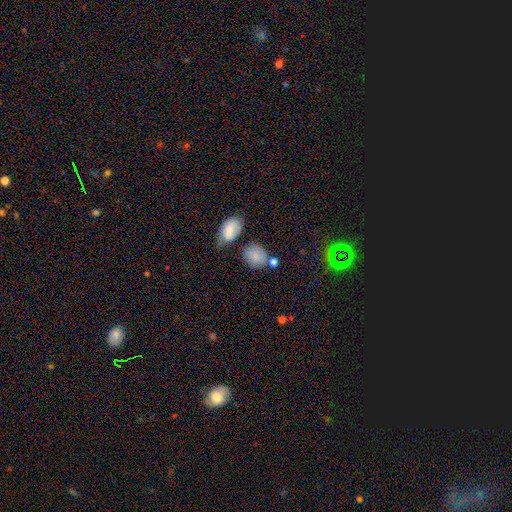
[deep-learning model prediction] Smooth or featured?
  - smooth: 81% *
  - star or artifact: 10%
  - featured or disk: 9%
How rounded?
  - round: 53% *
  - in between: 45%
  - cigar-shaped: 1%
Merging?
  - none: 59% *
  - minor disturbance: 18%
  - merger: 17%
  - major disturbance: 6%